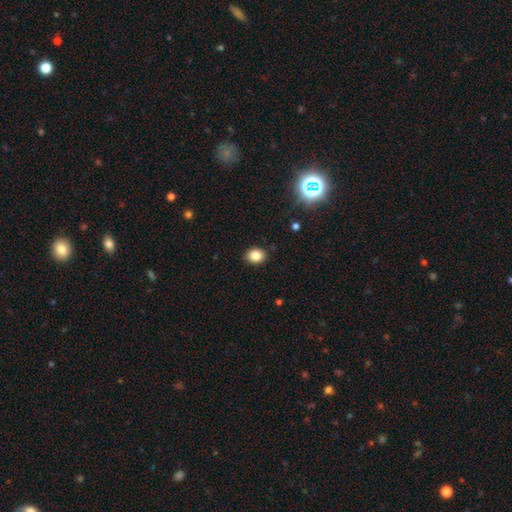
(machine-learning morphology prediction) A smooth galaxy with no disk features (84%) that is in between round and cigar-shaped (50%).

Vote fractions:
- Smooth or featured? smooth: 84% / star or artifact: 10% / featured or disk: 5%
- How rounded? in between: 50% / round: 49% / cigar-shaped: 1%
- Merging? none: 89% / minor disturbance: 7% / major disturbance: 2% / merger: 1%